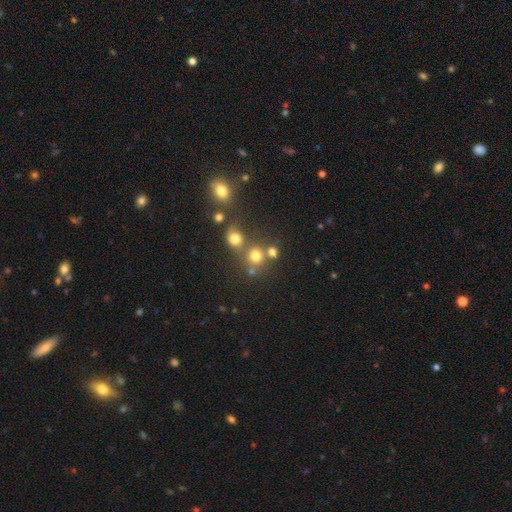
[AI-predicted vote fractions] Smooth or featured: smooth — 72% (star or artifact — 19%)
How rounded: round — 87% (in between — 12%)
Merging: none — 61% (merger — 26%)